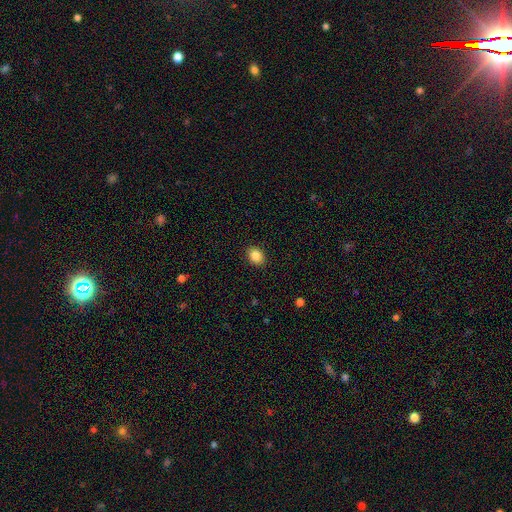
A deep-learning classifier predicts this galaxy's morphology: Smooth or featured? smooth (87%)
How rounded? in between (52%)
Merging? none (90%)